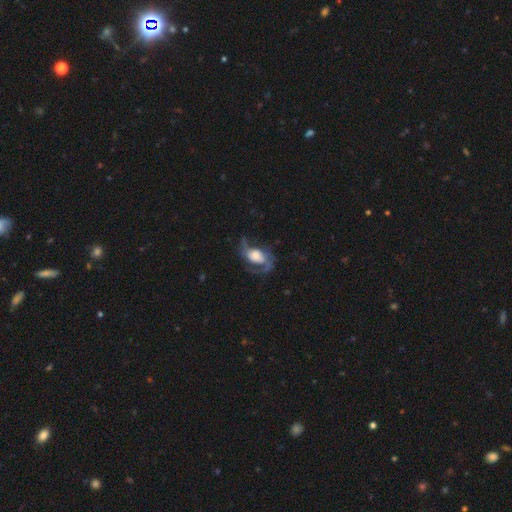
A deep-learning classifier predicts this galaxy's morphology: This is clearly a featured or disk galaxy (80%). It is clearly not viewed edge-on (97%). Bar: likely no (60%). Spiral arm pattern: clearly yes (93%). Spiral arm count: likely 2 (79%). Spiral winding: marginally loose (45%). Central bulge: possibly large (46%). Merging: possibly none (56%).